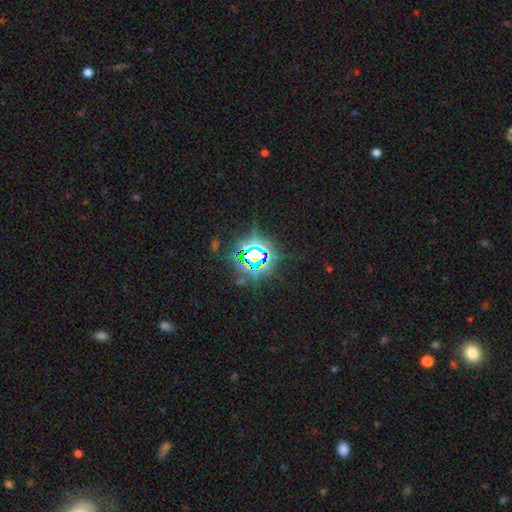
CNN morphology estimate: This is clearly a star or artifact rather than a galaxy (81%).